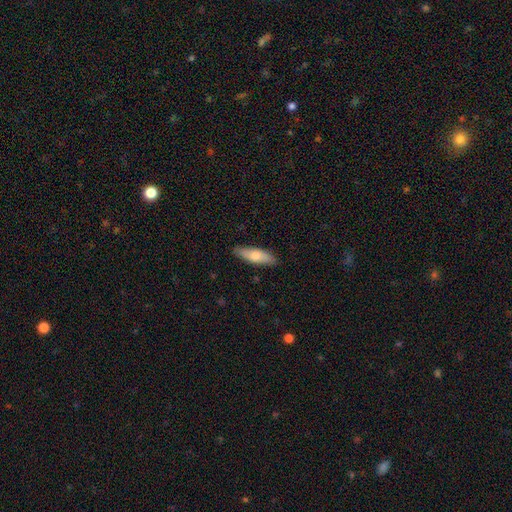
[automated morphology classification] Smooth or featured: smooth — 74% (featured or disk — 21%)
How rounded: cigar-shaped — 51% (in between — 47%)
Merging: none — 86% (minor disturbance — 11%)